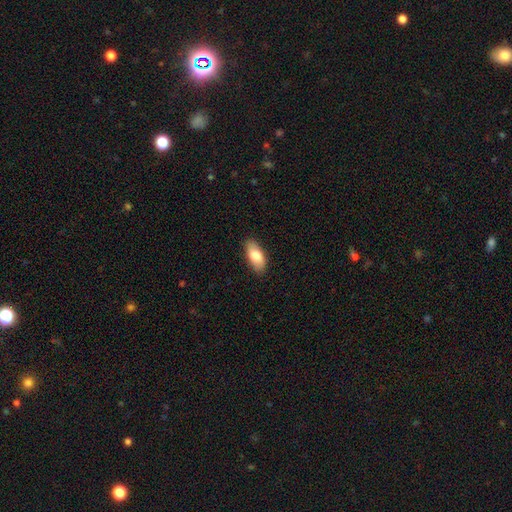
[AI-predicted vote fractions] This is clearly a smooth galaxy (81%). How rounded: clearly in between (87%). Merging: clearly none (87%).